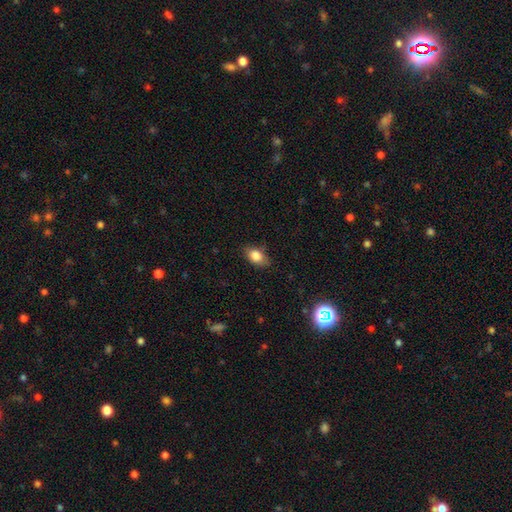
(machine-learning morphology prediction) Overall: smooth (83%). How rounded: in between (84%). Merging: none (76%).